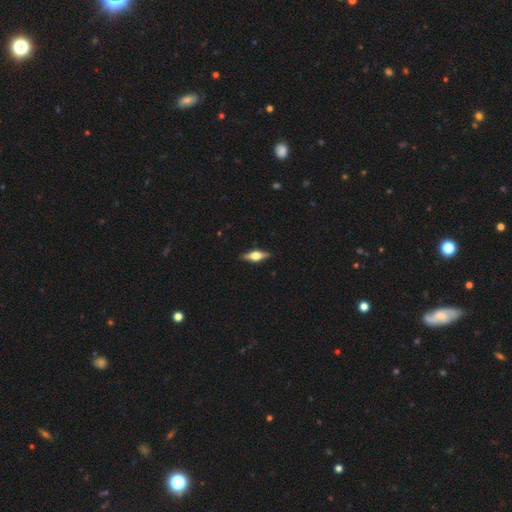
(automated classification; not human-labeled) This appears to be a featured or disk galaxy (66%) viewed edge-on (96%) with a rounded central bulge (92%). Merging: none (89%).